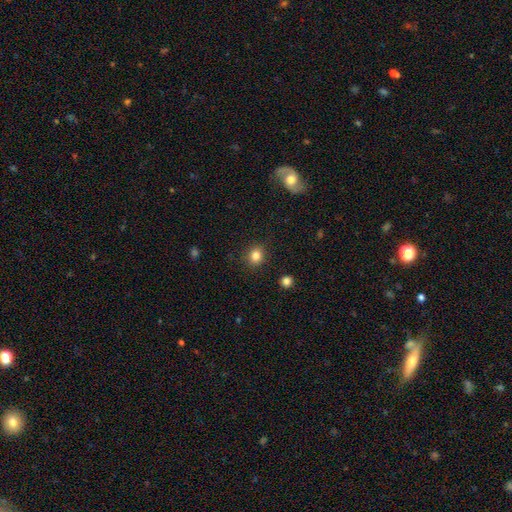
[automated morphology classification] Smooth or featured: smooth — 83% (star or artifact — 12%)
How rounded: round — 79% (in between — 20%)
Merging: none — 89% (minor disturbance — 7%)